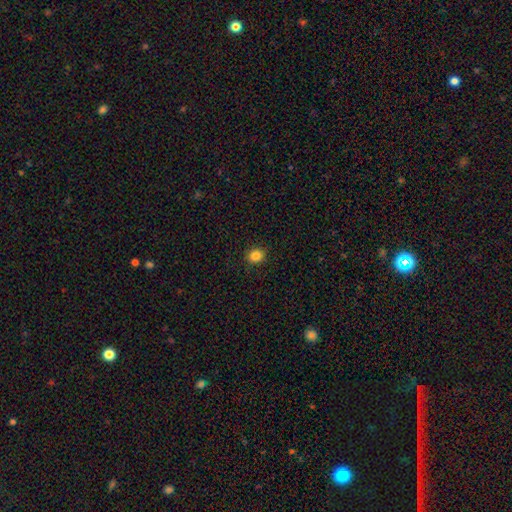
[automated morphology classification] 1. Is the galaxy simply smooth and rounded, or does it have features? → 84% smooth, 11% star or artifact, 4% featured or disk.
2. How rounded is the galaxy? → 75% round, 24% in between, 1% cigar-shaped.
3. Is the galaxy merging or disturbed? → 91% none, 6% minor disturbance, 2% major disturbance, 1% merger.